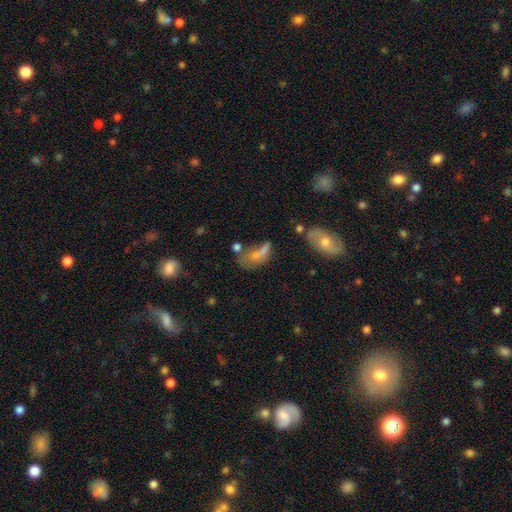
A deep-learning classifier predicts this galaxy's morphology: smooth-or-featured: smooth: 55% | featured or disk: 28% | star or artifact: 17%
  how-rounded: in between: 75% | cigar-shaped: 15% | round: 9%
  merging: none: 31% | major disturbance: 29% | minor disturbance: 21% | merger: 20%